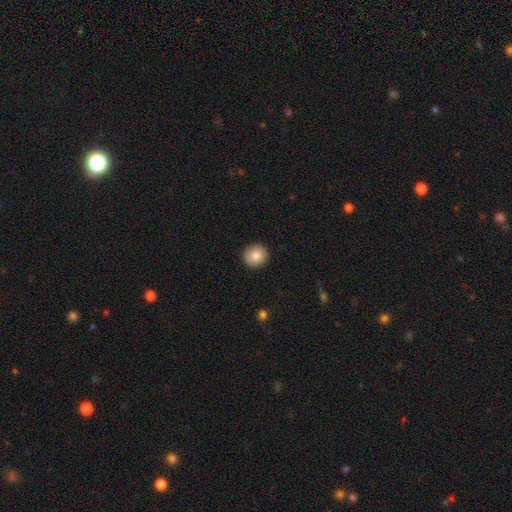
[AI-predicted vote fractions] This appears to be a smooth galaxy with no disk features (82%) that is round (93%). Merging: none (92%).